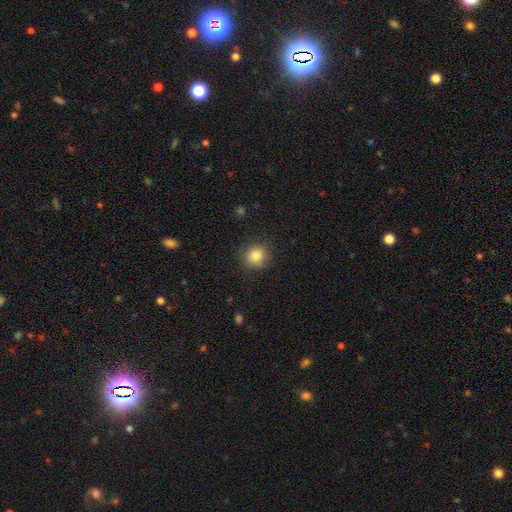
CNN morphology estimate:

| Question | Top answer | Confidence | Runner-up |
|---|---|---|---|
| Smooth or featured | smooth | 84% | star or artifact (10%) |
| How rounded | round | 84% | in between (15%) |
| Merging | none | 85% | minor disturbance (11%) |